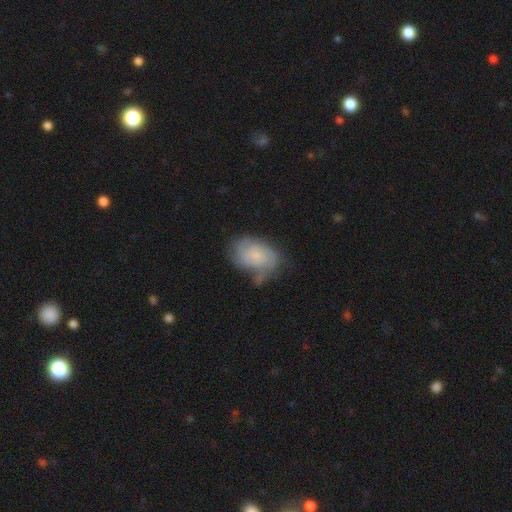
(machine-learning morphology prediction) Smooth or featured: featured or disk — 52% (smooth — 40%)
Edge-on disk: no — 97% (yes — 3%)
Bar: no — 74% (weak — 23%)
Spiral arms: yes — 83% (no — 17%)
Bulge size: small — 53% (none — 20%)
Merging: none — 51% (minor disturbance — 28%)